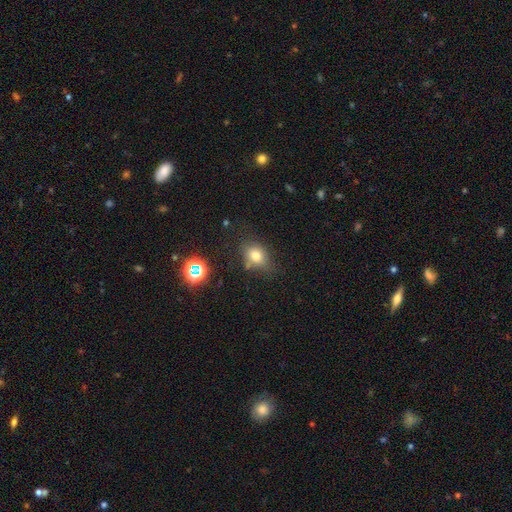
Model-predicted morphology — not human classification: A smooth galaxy with no disk features (74%) that is in between round and cigar-shaped (55%). Merging: none (65%).